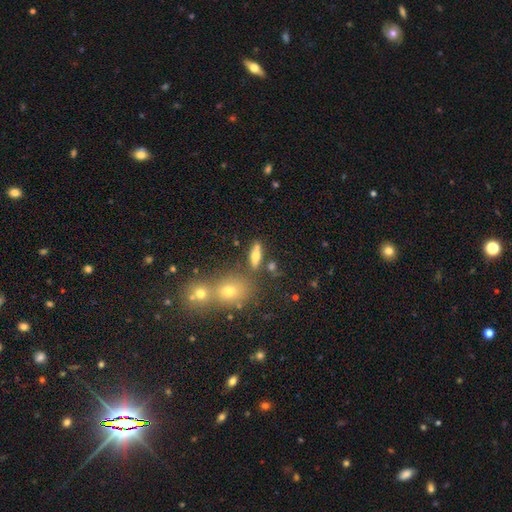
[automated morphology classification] This is possibly a smooth galaxy (59%). How rounded: possibly in between (47%). Merging: likely none (71%).